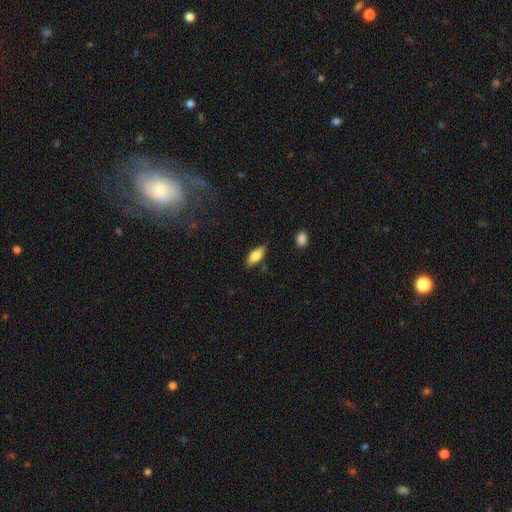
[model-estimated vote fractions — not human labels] This appears to be a smooth galaxy with no disk features (73%) that is in between round and cigar-shaped (74%). Merging: none (81%).